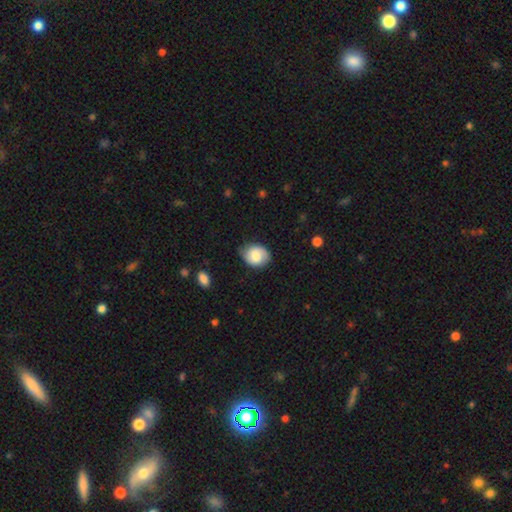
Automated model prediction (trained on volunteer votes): smooth 67%, featured or disk 26%, star or artifact 7%. Down the decision tree: how rounded — in between (53%); merging — none (73%).